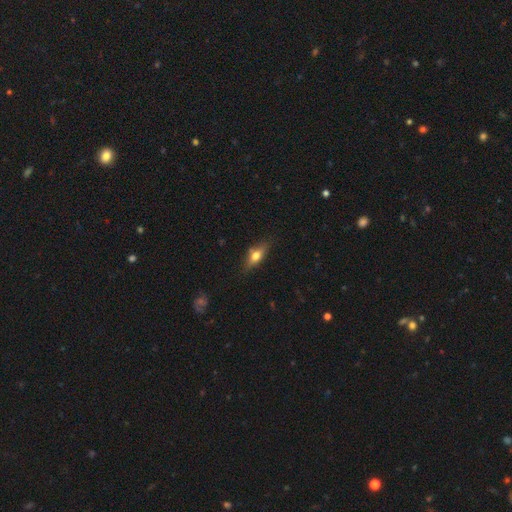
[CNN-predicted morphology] Smooth or featured? smooth (54%)
How rounded? in between (57%)
Merging? none (77%)